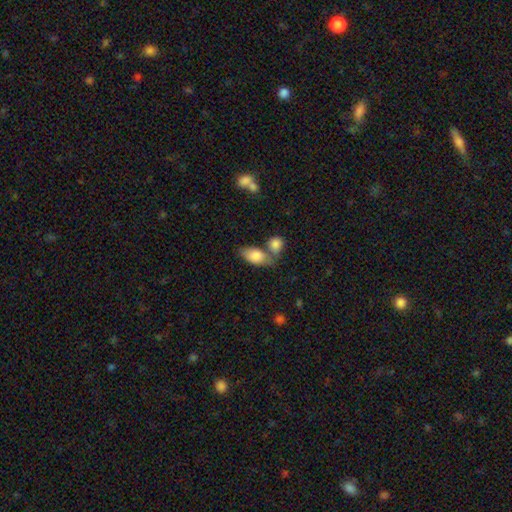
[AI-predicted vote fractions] smooth_or_featured: smooth (p=0.83) [alt: featured or disk p=0.11]
how_rounded: in between (p=0.89) [alt: round p=0.08]
merging: merger (p=0.41) [alt: none p=0.39]